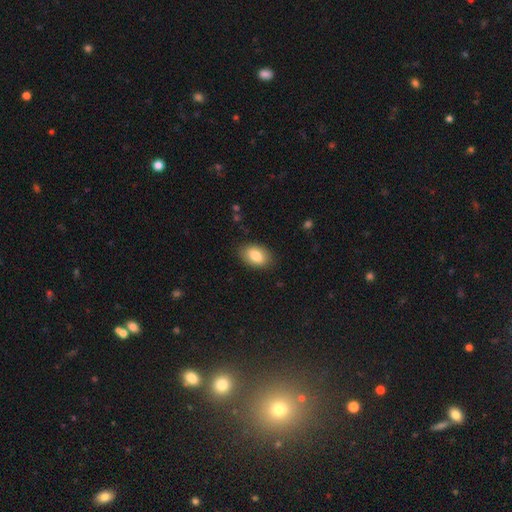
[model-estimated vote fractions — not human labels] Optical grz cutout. It shows a smooth galaxy with no disk features (83%) that is in between round and cigar-shaped (89%). Merging: none (86%).